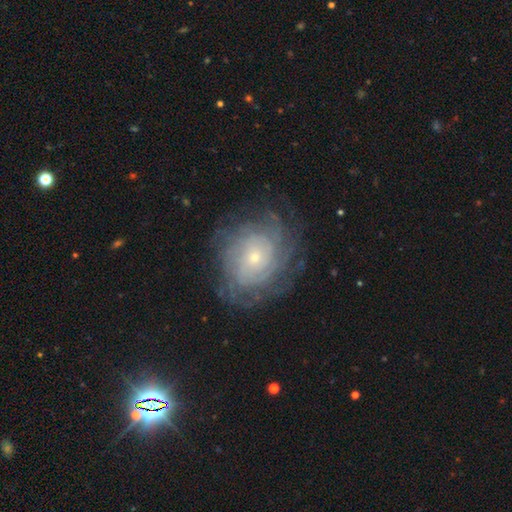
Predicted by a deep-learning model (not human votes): The model was most divided on "spiral arm count": can't tell: 48%, more than 4: 15%, 4: 13%, 3: 9%, 2: 9%, 1: 6%. More confident: edge-on disk — no (97%); spiral arms — yes (92%); bar — no (80%); merging — none (78%); smooth or featured — featured or disk (76%); spiral winding — tight (74%); bulge size — small (73%).